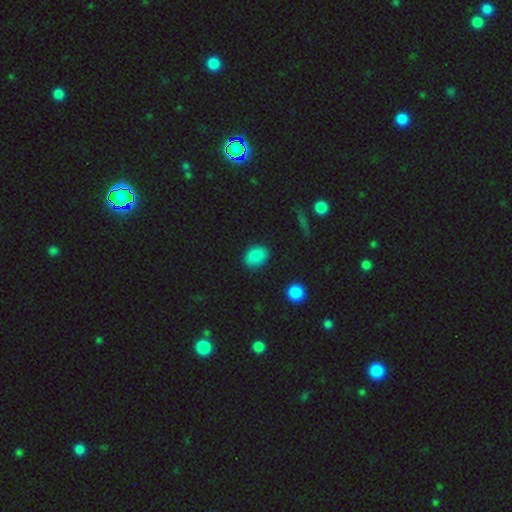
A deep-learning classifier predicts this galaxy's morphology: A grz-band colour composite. It shows a smooth galaxy with no disk features (86%) that is in between round and cigar-shaped (69%). Merging: none (85%).